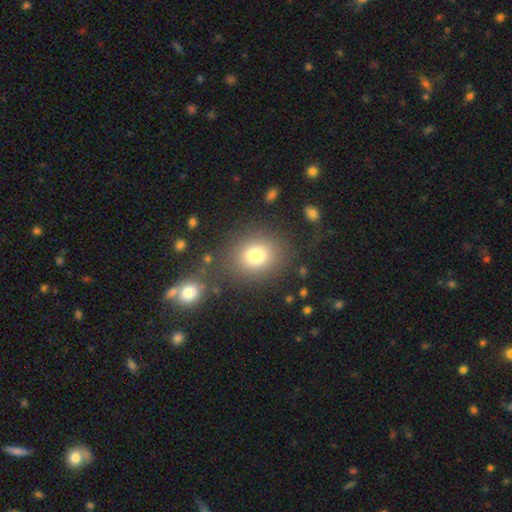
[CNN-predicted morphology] Smooth or featured?
  - smooth: 77% *
  - star or artifact: 14%
  - featured or disk: 10%
How rounded?
  - round: 69% *
  - in between: 30%
  - cigar-shaped: 1%
Merging?
  - none: 78% *
  - minor disturbance: 10%
  - major disturbance: 6%
  - merger: 5%